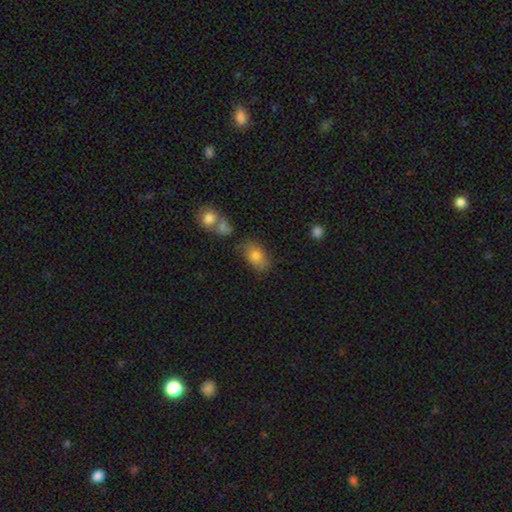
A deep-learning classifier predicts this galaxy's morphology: This appears to be a smooth galaxy with no disk features (78%) that is in between round and cigar-shaped (86%). Merging: none (64%).